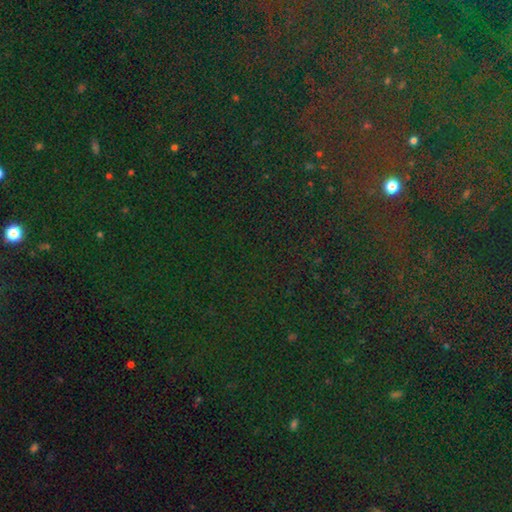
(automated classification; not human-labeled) Smooth or featured? star or artifact (81%)